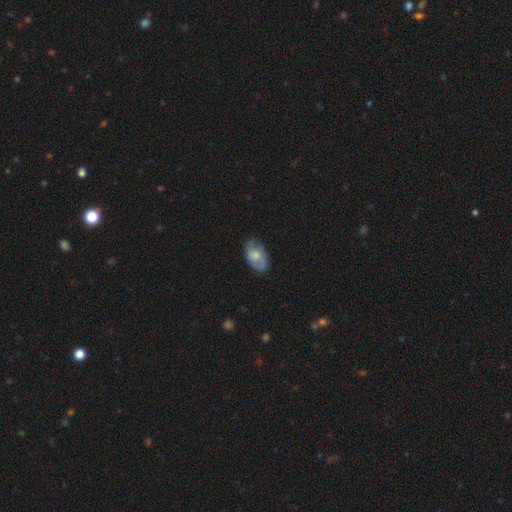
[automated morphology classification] This appears to be a smooth galaxy with no disk features (53%) that is in between round and cigar-shaped (90%). Merging: none (73%).